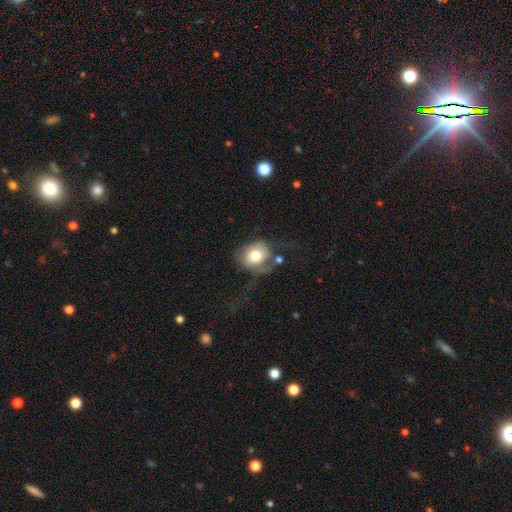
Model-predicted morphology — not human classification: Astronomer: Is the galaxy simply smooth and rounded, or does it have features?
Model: smooth — 68%.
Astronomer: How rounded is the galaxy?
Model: round — 66%.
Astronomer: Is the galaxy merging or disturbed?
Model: none — 34% (runner-up: major disturbance, 33%).